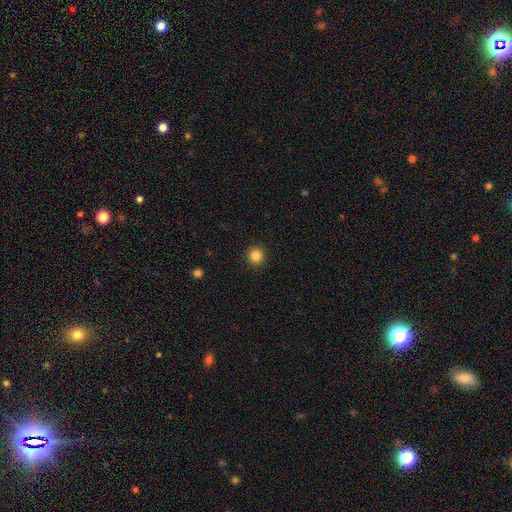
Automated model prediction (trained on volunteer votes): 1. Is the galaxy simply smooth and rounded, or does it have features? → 84% smooth, 11% star or artifact, 4% featured or disk.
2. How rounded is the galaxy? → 91% round, 8% in between, 1% cigar-shaped.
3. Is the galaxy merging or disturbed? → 92% none, 5% minor disturbance, 2% major disturbance, 1% merger.